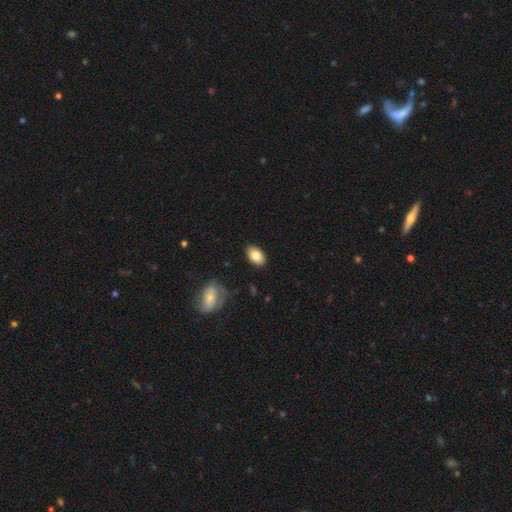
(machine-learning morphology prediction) This appears to be a smooth galaxy with no disk features (80%) that is in between round and cigar-shaped (90%). Merging: none (88%).